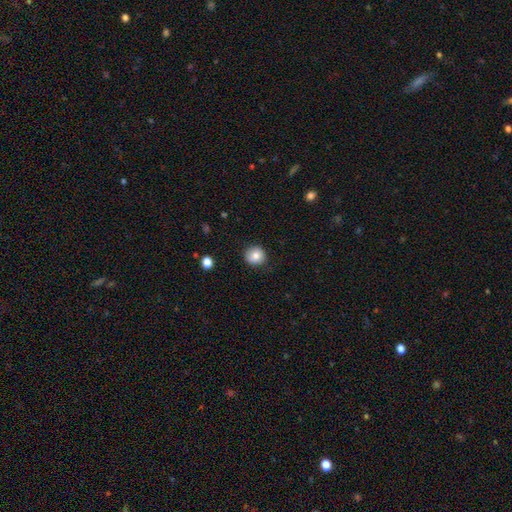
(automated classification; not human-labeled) A smooth galaxy with no disk features (81%) that is round (90%).

Vote fractions:
- Smooth or featured? smooth: 81% / star or artifact: 10% / featured or disk: 9%
- How rounded? round: 90% / in between: 9% / cigar-shaped: 1%
- Merging? none: 86% / minor disturbance: 11% / major disturbance: 2% / merger: 1%